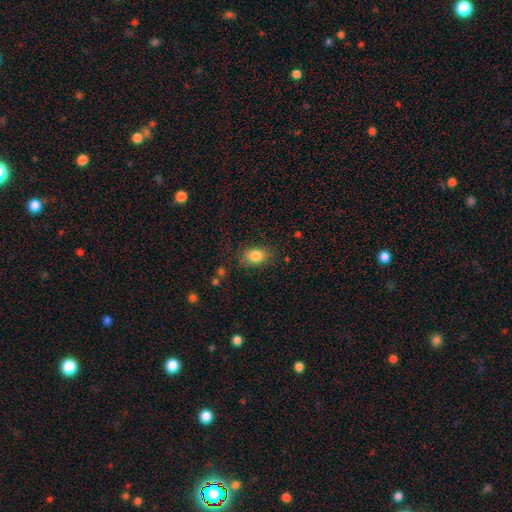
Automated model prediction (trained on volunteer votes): Q: Smooth or featured?
A: smooth (84%); runner-up: star or artifact (9%)
Q: How rounded?
A: in between (69%); runner-up: round (30%)
Q: Merging?
A: none (75%); runner-up: minor disturbance (17%)